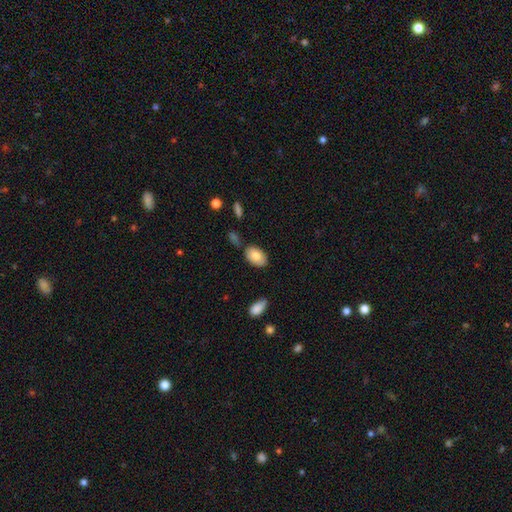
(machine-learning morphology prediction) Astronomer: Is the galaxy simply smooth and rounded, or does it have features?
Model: smooth — 77%.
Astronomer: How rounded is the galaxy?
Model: in between — 92%.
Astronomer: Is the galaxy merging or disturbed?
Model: none — 74%.